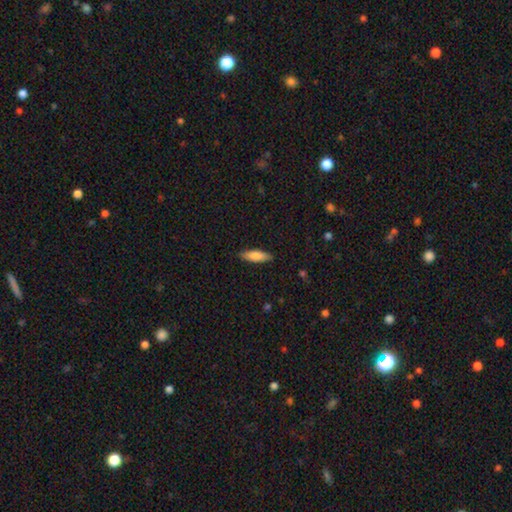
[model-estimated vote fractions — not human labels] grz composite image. It shows a smooth galaxy with no disk features (82%) that is cigar-shaped (50%). Merging: none (87%).